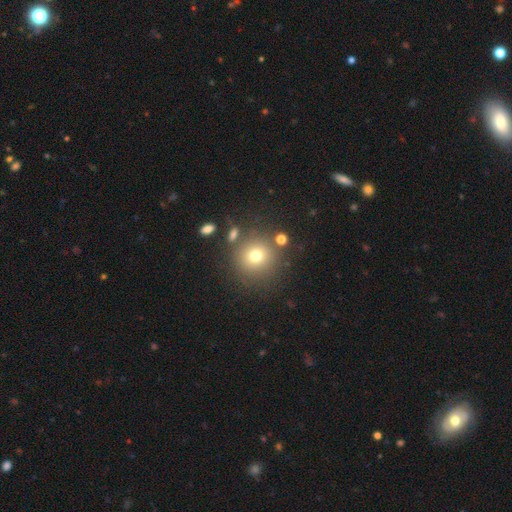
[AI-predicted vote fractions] A smooth galaxy with no disk features (73%) that is round (93%).

Vote fractions:
- Smooth or featured? smooth: 73% / star or artifact: 15% / featured or disk: 12%
- How rounded? round: 93% / in between: 6% / cigar-shaped: 1%
- Merging? none: 80% / minor disturbance: 9% / merger: 7% / major disturbance: 5%